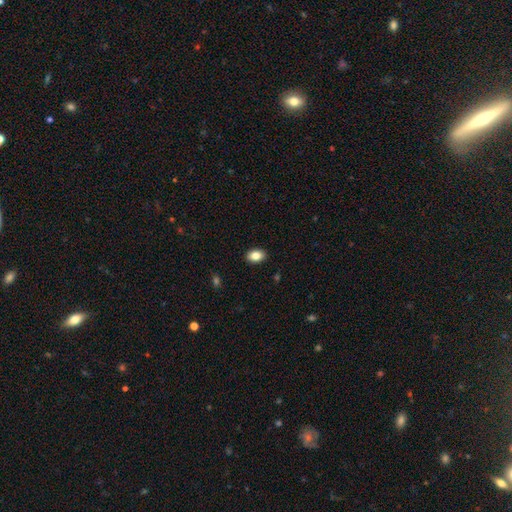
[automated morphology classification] Overall: smooth (85%). How rounded: in between (83%). Merging: none (90%).